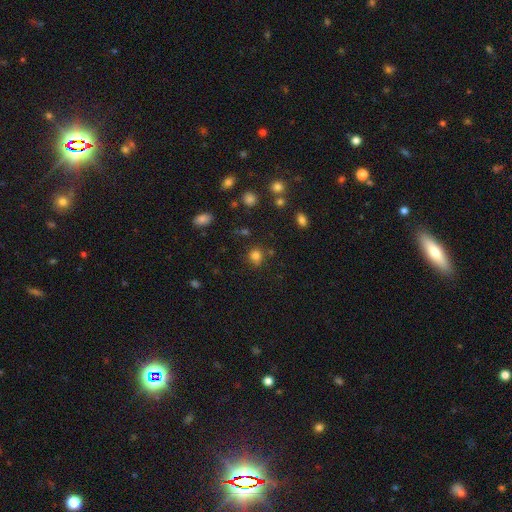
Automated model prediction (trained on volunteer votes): This appears to be a smooth galaxy with no disk features (79%) that is round (80%). Merging: none (72%).